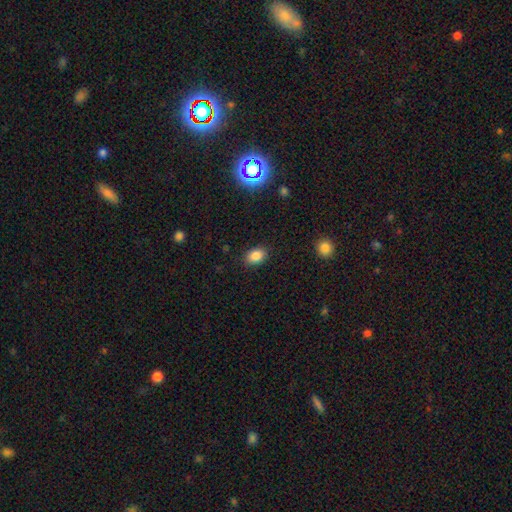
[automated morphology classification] This appears to be a smooth galaxy with no disk features (85%) that is in between round and cigar-shaped (78%). Merging: none (87%).